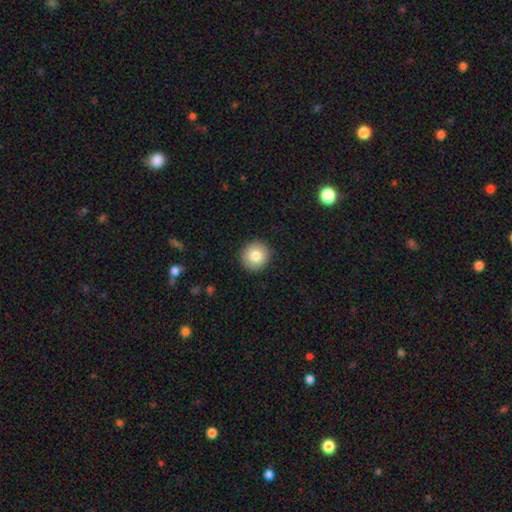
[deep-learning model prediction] Smooth or featured? smooth (82%)
How rounded? round (94%)
Merging? none (92%)